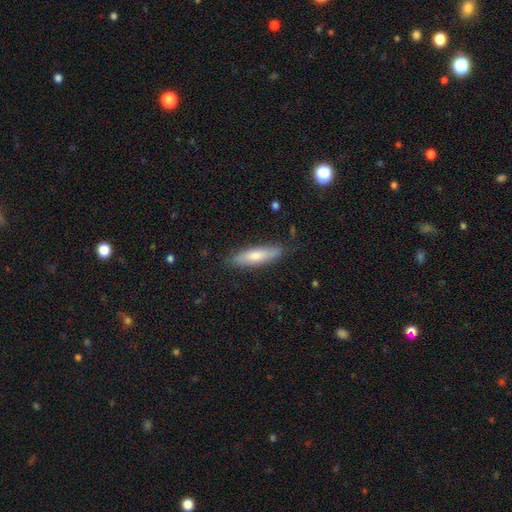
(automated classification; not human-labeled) This is likely a smooth galaxy (68%). How rounded: likely cigar-shaped (67%). Merging: clearly none (82%).